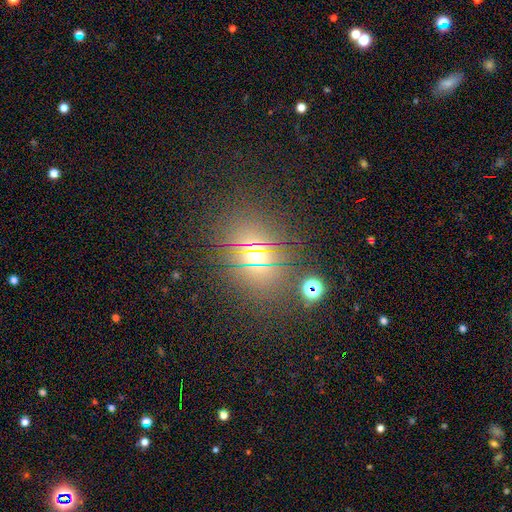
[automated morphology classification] Overall: star or artifact (58%; smooth 31%).